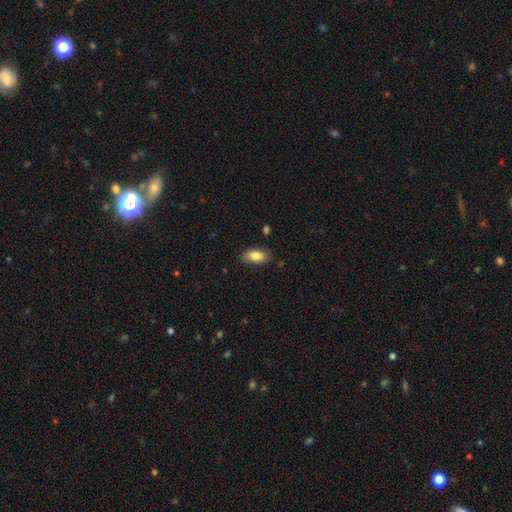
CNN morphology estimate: The model was most divided on "merging": none: 82%, minor disturbance: 14%, major disturbance: 3%, merger: 2%. More confident: how rounded — in between (91%); smooth or featured — smooth (84%).